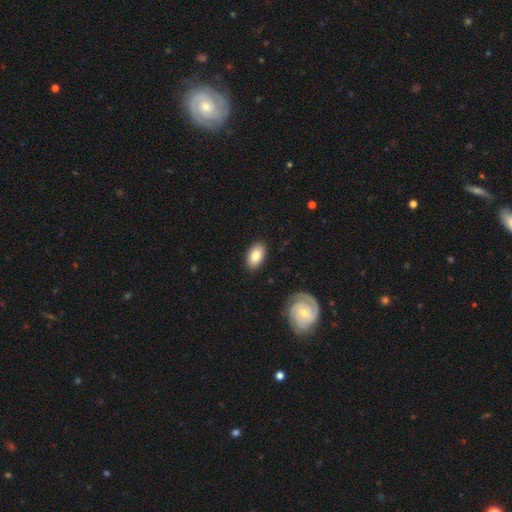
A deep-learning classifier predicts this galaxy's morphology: A smooth galaxy with no disk features (77%) that is in between round and cigar-shaped (92%).

Vote fractions:
- Smooth or featured? smooth: 77% / featured or disk: 17% / star or artifact: 6%
- How rounded? in between: 92% / round: 6% / cigar-shaped: 2%
- Merging? none: 87% / minor disturbance: 9% / major disturbance: 2% / merger: 1%